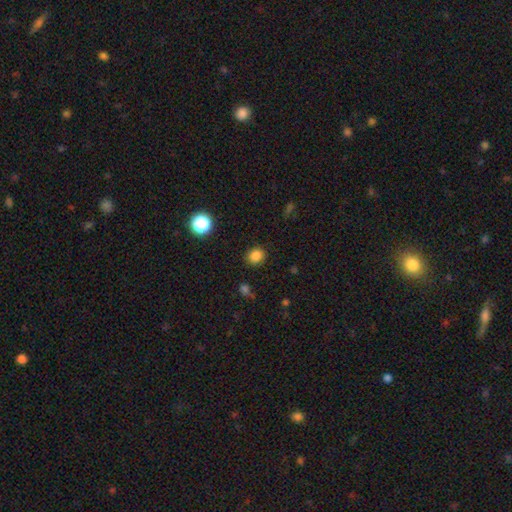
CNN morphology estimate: smooth-or-featured: smooth: 83% | star or artifact: 13% | featured or disk: 4%
  how-rounded: round: 75% | in between: 24% | cigar-shaped: 1%
  merging: none: 88% | minor disturbance: 8% | major disturbance: 3% | merger: 2%